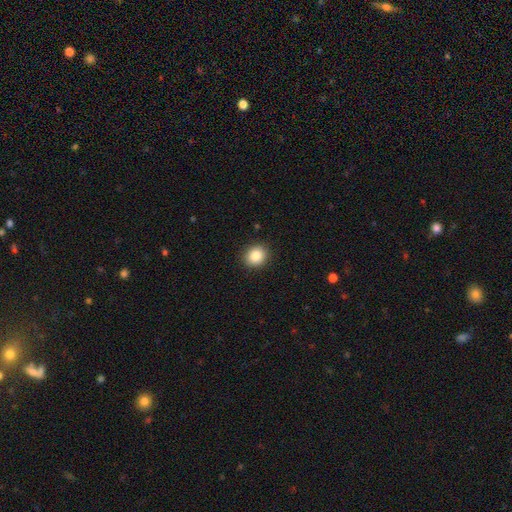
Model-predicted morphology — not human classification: Q: Smooth or featured?
A: smooth (86%); runner-up: star or artifact (9%)
Q: How rounded?
A: round (75%); runner-up: in between (24%)
Q: Merging?
A: none (90%); runner-up: minor disturbance (7%)